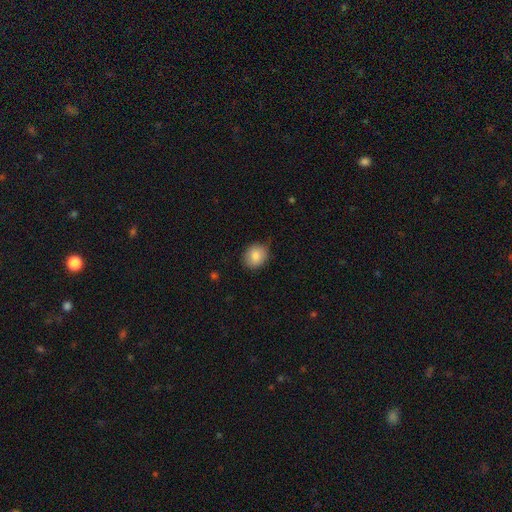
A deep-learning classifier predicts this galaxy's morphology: Smooth or featured?
  - smooth: 84% *
  - star or artifact: 8%
  - featured or disk: 8%
How rounded?
  - round: 64% *
  - in between: 36%
  - cigar-shaped: 1%
Merging?
  - none: 79% *
  - minor disturbance: 17%
  - major disturbance: 3%
  - merger: 1%